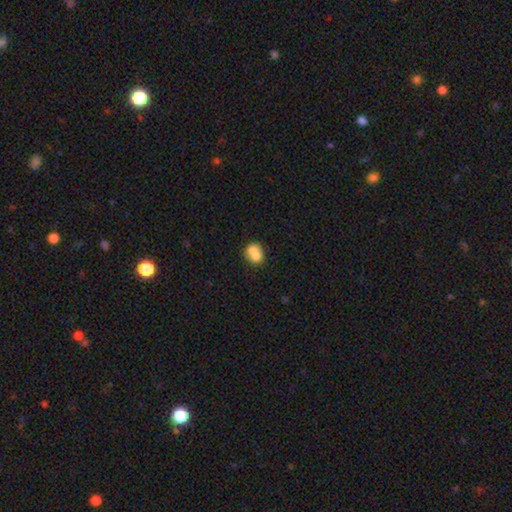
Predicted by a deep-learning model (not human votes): Smooth or featured: smooth — 70% (featured or disk — 20%)
How rounded: round — 59% (in between — 40%)
Merging: merger — 59% (none — 28%)